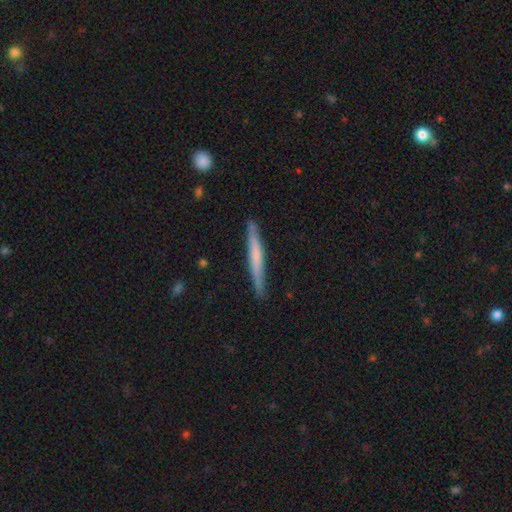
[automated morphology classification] This is possibly a smooth galaxy (51%). How rounded: clearly cigar-shaped (96%). Merging: clearly none (87%).